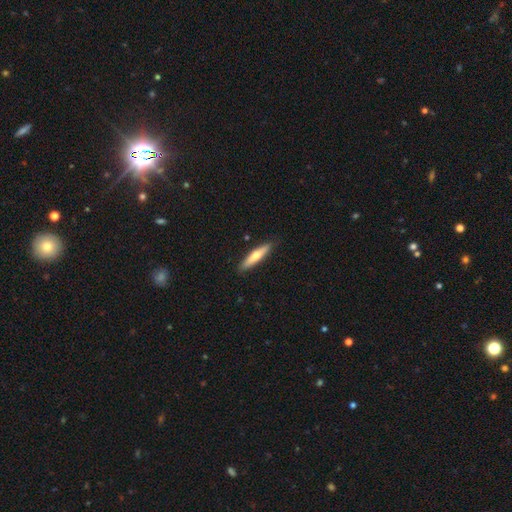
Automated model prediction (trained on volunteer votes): Smooth or featured?
  - smooth: 60% *
  - featured or disk: 35%
  - star or artifact: 5%
How rounded?
  - cigar-shaped: 83% *
  - in between: 15%
  - round: 1%
Merging?
  - none: 88% *
  - minor disturbance: 9%
  - major disturbance: 2%
  - merger: 1%